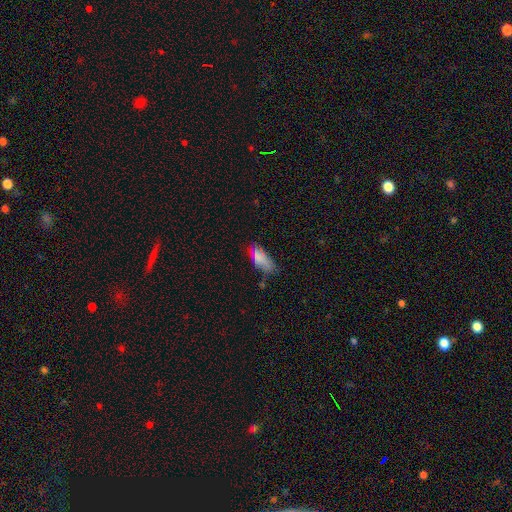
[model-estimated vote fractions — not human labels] Smooth or featured? smooth (73%)
How rounded? in between (75%)
Merging? none (43%)